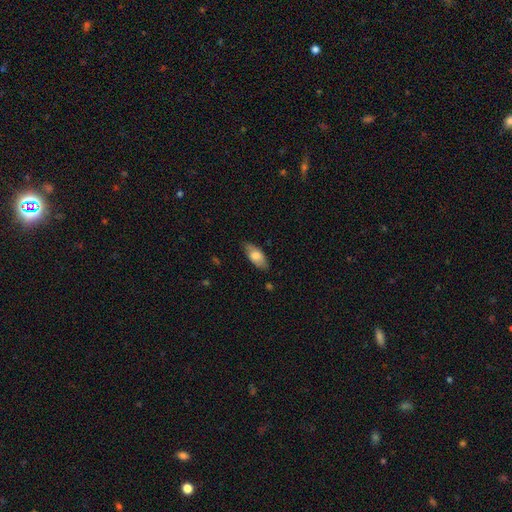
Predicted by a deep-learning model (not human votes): smooth 73%, featured or disk 21%, star or artifact 6%. Down the decision tree: how rounded — in between (85%); merging — none (79%).